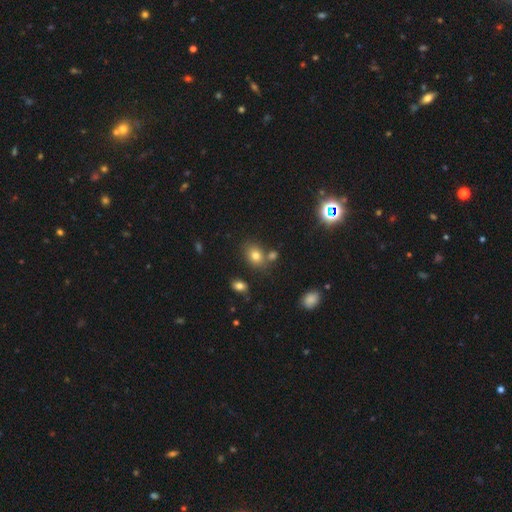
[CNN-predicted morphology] type=smooth (76%); roundness=in between (61%); merging=none (67%).